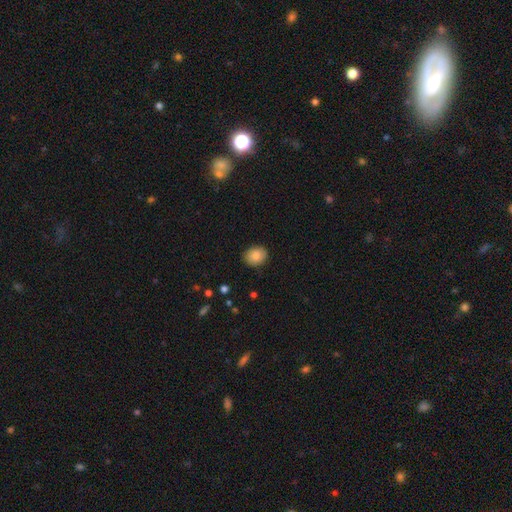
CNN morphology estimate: This is clearly a smooth galaxy (85%). How rounded: possibly round (55%). Merging: clearly none (86%).